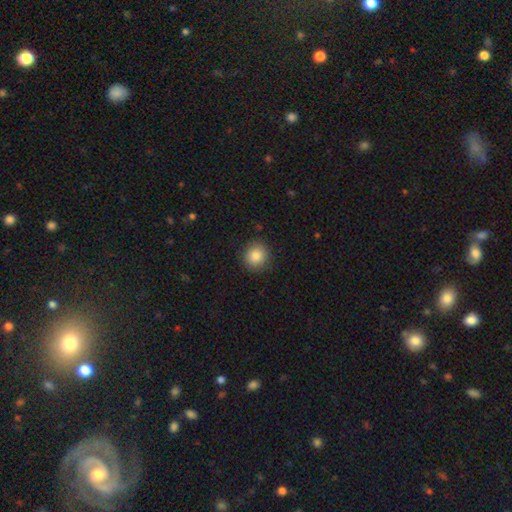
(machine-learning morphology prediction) Smooth or featured? smooth (86%)
How rounded? round (88%)
Merging? none (88%)